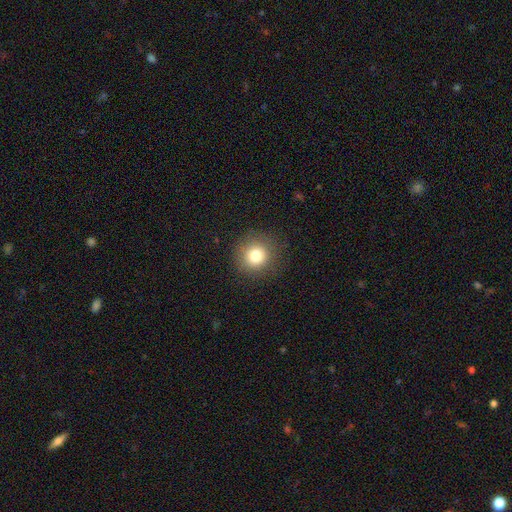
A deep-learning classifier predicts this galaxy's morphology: Smooth or featured: smooth — 79% (star or artifact — 12%)
How rounded: round — 93% (in between — 6%)
Merging: none — 88% (minor disturbance — 8%)